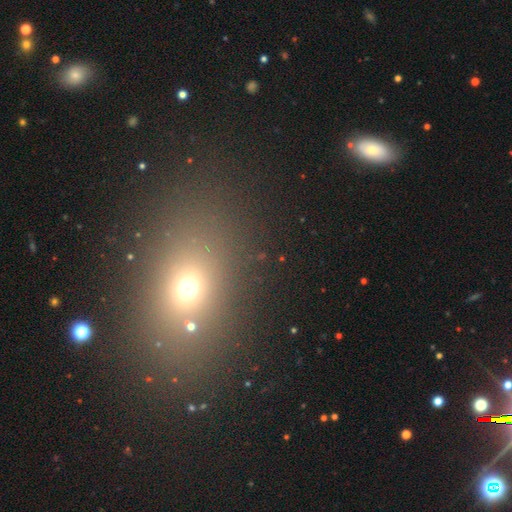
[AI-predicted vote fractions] Overall: smooth (57%; star or artifact 30%). How rounded: in between (63%; round 33%). Merging: none (82%).